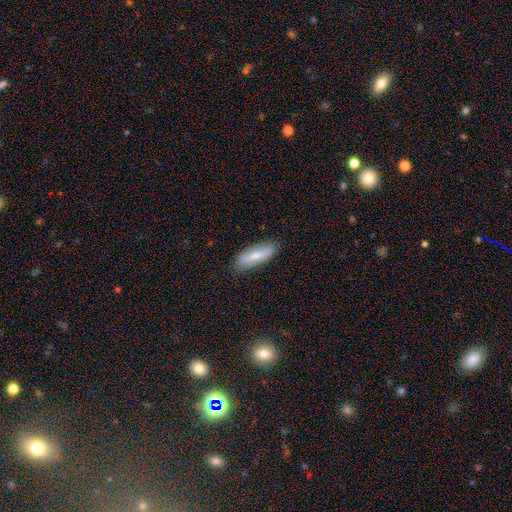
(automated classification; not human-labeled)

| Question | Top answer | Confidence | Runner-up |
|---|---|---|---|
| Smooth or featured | smooth | 66% | featured or disk (27%) |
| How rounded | in between | 59% | cigar-shaped (39%) |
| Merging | none | 83% | minor disturbance (13%) |